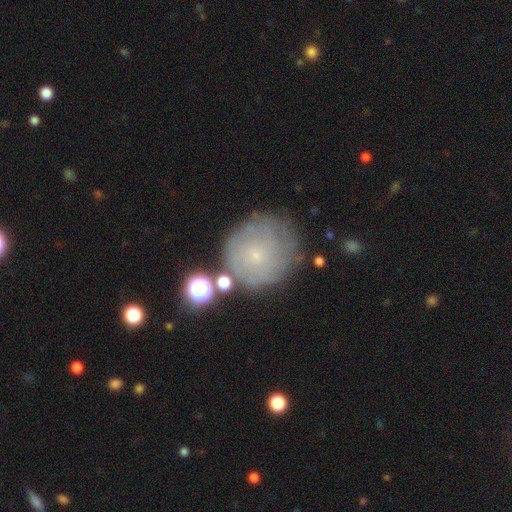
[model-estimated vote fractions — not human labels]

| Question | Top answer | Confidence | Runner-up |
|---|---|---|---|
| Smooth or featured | featured or disk | 44% | smooth (43%) |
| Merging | none | 69% | minor disturbance (18%) |